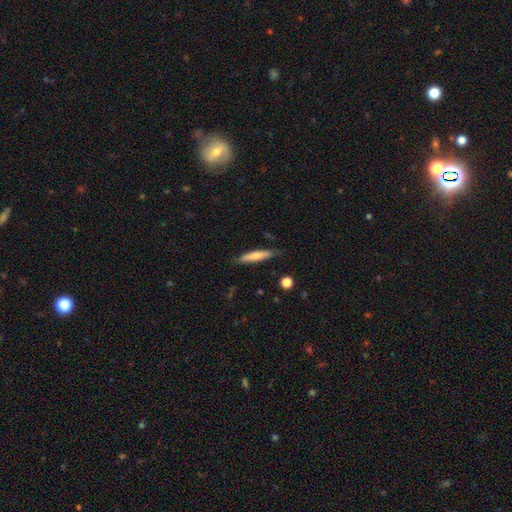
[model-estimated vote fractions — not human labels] The model was most divided on "smooth or featured": smooth: 68%, featured or disk: 26%, star or artifact: 6%. More confident: how rounded — cigar-shaped (84%); merging — none (80%).